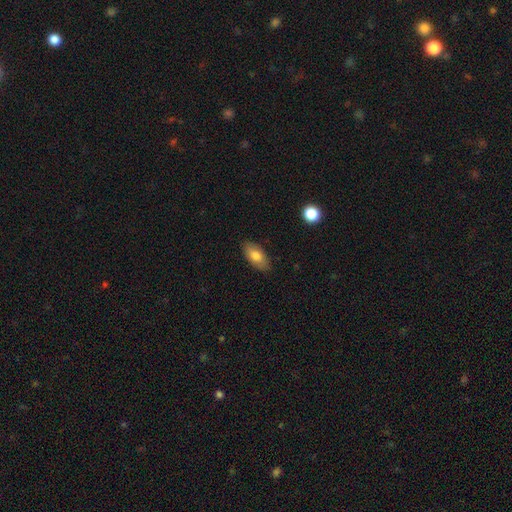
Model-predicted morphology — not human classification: Q: Smooth or featured?
A: smooth (78%); runner-up: featured or disk (15%)
Q: How rounded?
A: in between (91%); runner-up: cigar-shaped (5%)
Q: Merging?
A: none (86%); runner-up: minor disturbance (10%)